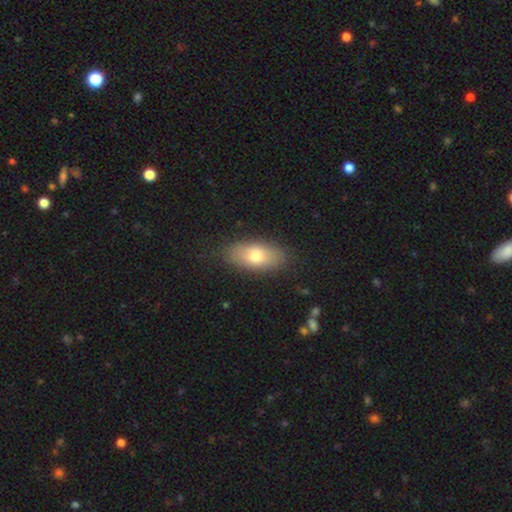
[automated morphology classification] smooth 74%, featured or disk 19%, star or artifact 7%. Down the decision tree: how rounded — in between (85%); merging — none (84%).